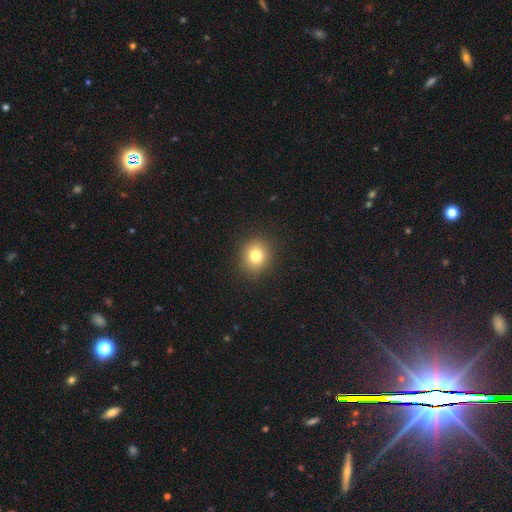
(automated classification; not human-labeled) Smooth or featured?
  - smooth: 79% *
  - star or artifact: 12%
  - featured or disk: 8%
How rounded?
  - round: 78% *
  - in between: 21%
  - cigar-shaped: 1%
Merging?
  - none: 90% *
  - minor disturbance: 7%
  - major disturbance: 2%
  - merger: 1%